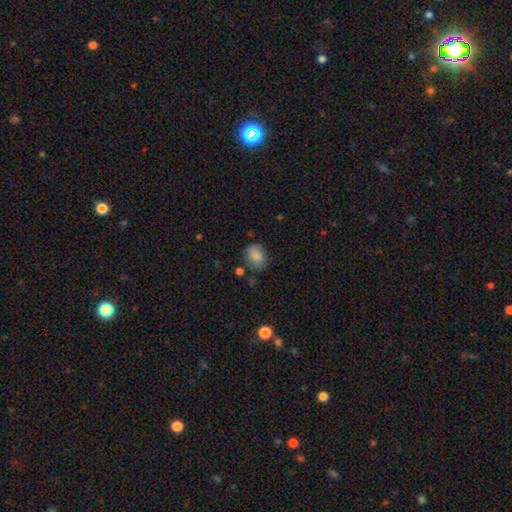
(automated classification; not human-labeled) This is clearly a smooth galaxy (85%). How rounded: possibly round (54%). Merging: likely none (71%).